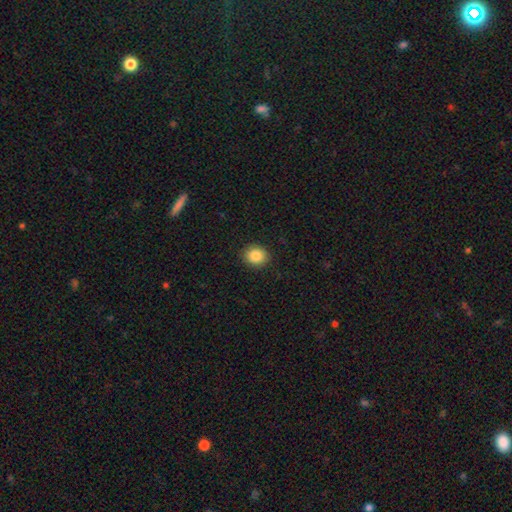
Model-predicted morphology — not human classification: smooth 86%, star or artifact 9%, featured or disk 5%. Down the decision tree: how rounded — round (71%); merging — none (91%).